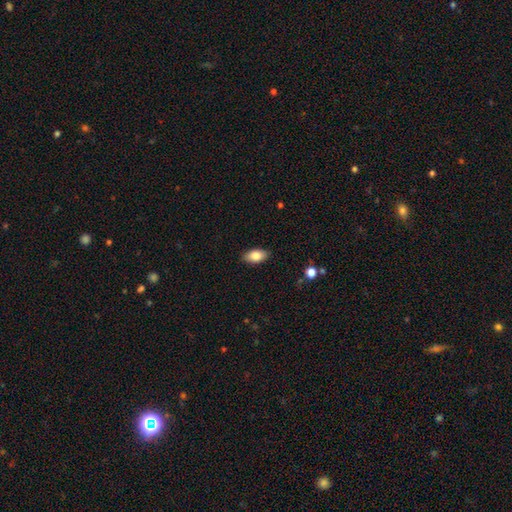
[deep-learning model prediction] Smooth or featured? Predicted: smooth (p=0.83). How rounded? Predicted: in between (p=0.92). Merging? Predicted: none (p=0.87).